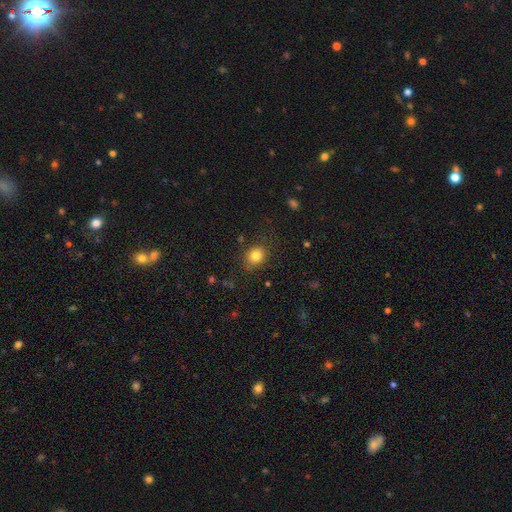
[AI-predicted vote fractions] A smooth galaxy with no disk features (81%) that is round (57%).

Vote fractions:
- Smooth or featured? smooth: 81% / star or artifact: 11% / featured or disk: 7%
- How rounded? round: 57% / in between: 42% / cigar-shaped: 1%
- Merging? none: 79% / minor disturbance: 15% / major disturbance: 4% / merger: 2%